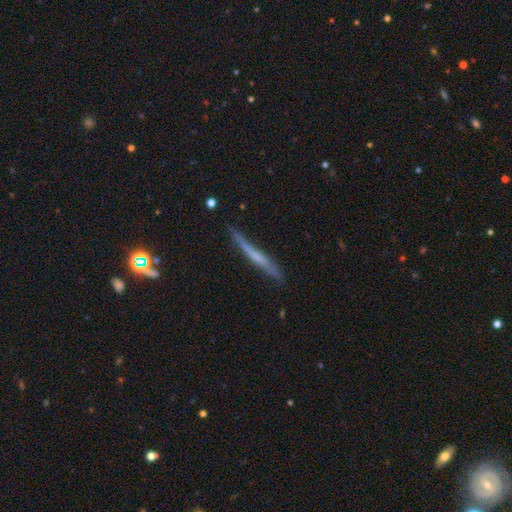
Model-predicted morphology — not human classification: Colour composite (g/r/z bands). It shows a featured or disk galaxy (54%) viewed edge-on (91%). Merging: none (69%).